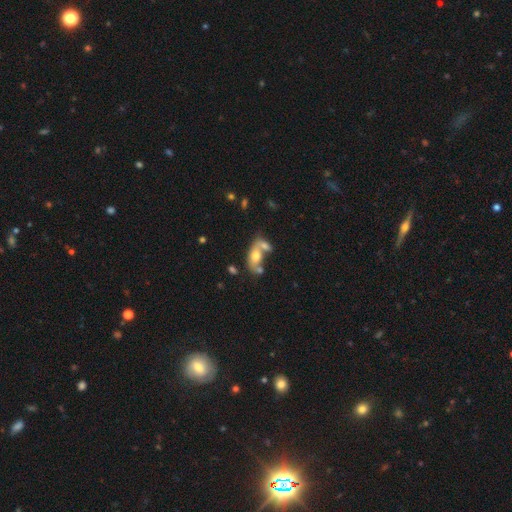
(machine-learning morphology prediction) smooth-or-featured: smooth: 64% | featured or disk: 28% | star or artifact: 8%
  how-rounded: in between: 84% | round: 9% | cigar-shaped: 7%
  merging: merger: 53% | none: 29% | minor disturbance: 11% | major disturbance: 7%